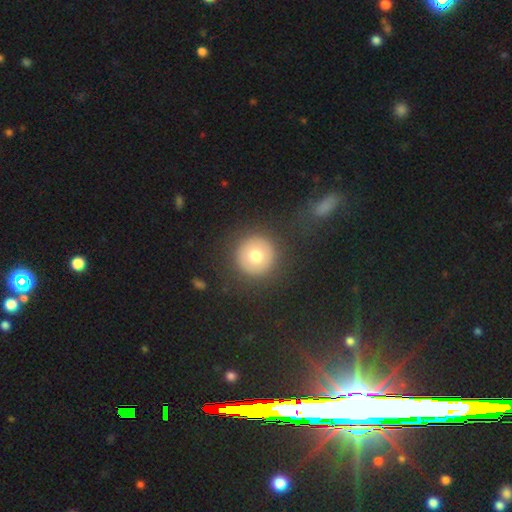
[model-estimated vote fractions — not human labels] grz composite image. It shows a smooth galaxy with no disk features (73%) that is round (96%). Merging: none (88%).